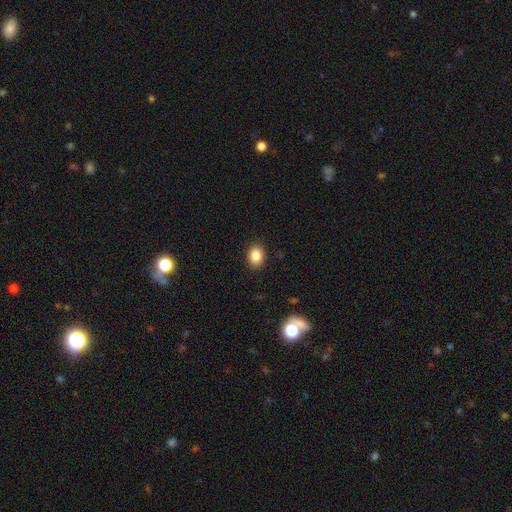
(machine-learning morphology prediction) Q: Smooth or featured?
A: smooth (86%); runner-up: star or artifact (9%)
Q: How rounded?
A: in between (66%); runner-up: round (33%)
Q: Merging?
A: none (89%); runner-up: minor disturbance (8%)